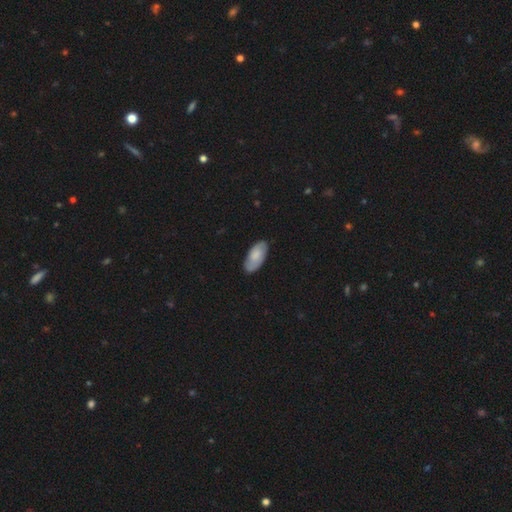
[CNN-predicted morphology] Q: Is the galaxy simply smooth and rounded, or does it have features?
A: smooth — 65%.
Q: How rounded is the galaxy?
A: in between — 92%.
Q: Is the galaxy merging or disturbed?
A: none — 83%.